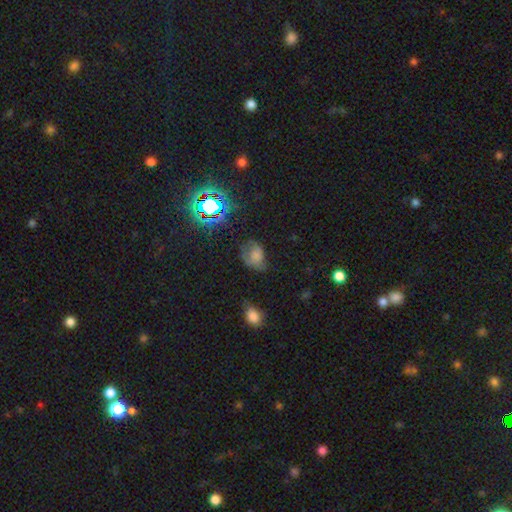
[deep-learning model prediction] Smooth or featured? smooth (58%)
How rounded? in between (66%)
Merging? none (39%)